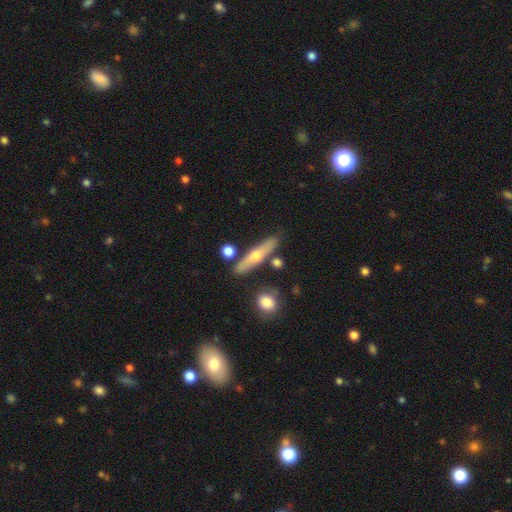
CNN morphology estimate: A featured or disk galaxy (50%) viewed edge-on (88%). Merging: none (80%).